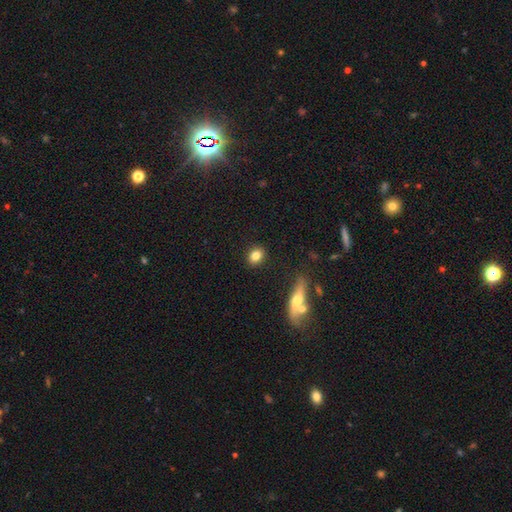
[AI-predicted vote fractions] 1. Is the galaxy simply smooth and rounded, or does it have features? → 82% smooth, 9% star or artifact, 9% featured or disk.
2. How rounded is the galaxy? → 65% round, 33% in between, 2% cigar-shaped.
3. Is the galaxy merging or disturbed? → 89% none, 7% minor disturbance, 3% merger, 2% major disturbance.